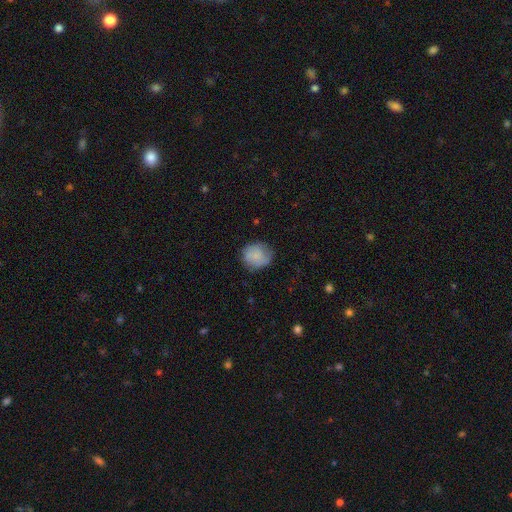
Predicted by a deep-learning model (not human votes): Overall: smooth (78%). How rounded: round (75%). Merging: none (68%).